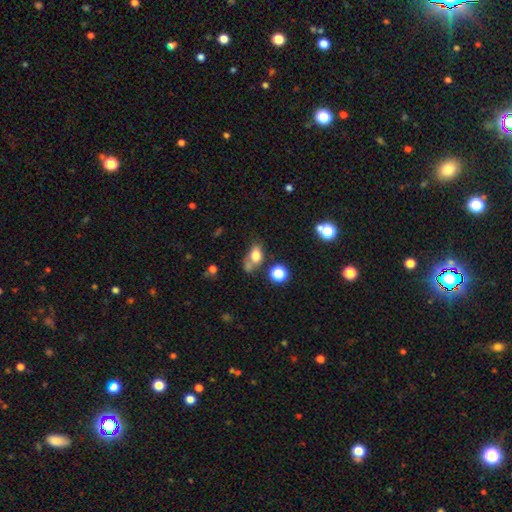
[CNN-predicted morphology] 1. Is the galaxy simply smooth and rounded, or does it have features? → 76% smooth, 13% star or artifact, 12% featured or disk.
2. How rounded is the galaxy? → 74% in between, 23% round, 3% cigar-shaped.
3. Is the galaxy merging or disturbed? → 47% none, 23% merger, 20% minor disturbance, 10% major disturbance.